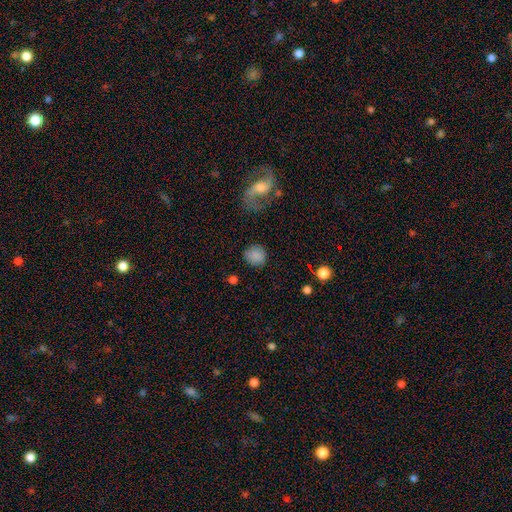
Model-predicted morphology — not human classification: This is clearly a smooth galaxy (83%). How rounded: clearly round (84%). Merging: likely none (79%).